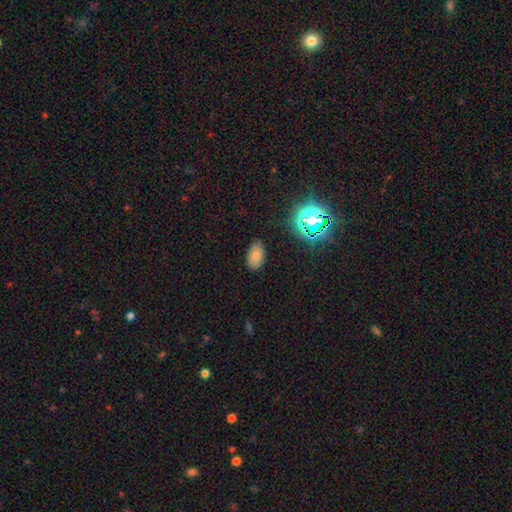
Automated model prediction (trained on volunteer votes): This is likely a smooth galaxy (74%). How rounded: clearly in between (92%). Merging: clearly none (83%).